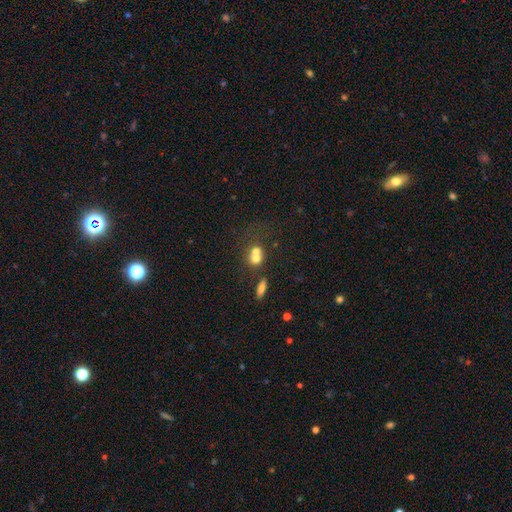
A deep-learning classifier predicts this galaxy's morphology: smooth 66%, featured or disk 21%, star or artifact 13%. Down the decision tree: how rounded — round (68%); merging — merger (63%).